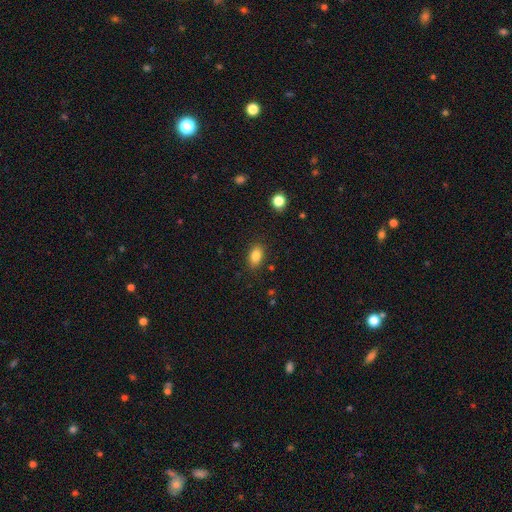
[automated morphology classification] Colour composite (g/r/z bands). It shows a smooth galaxy with no disk features (84%) that is in between round and cigar-shaped (86%). Merging: none (86%).